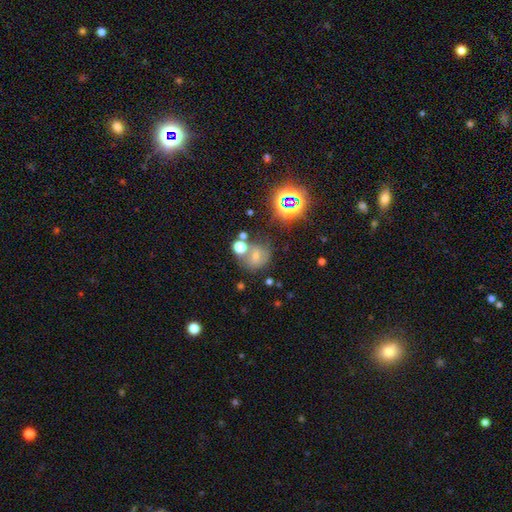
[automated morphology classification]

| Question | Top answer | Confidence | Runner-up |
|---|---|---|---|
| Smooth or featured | smooth | 52% | star or artifact (27%) |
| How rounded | round | 74% | in between (25%) |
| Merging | none | 53% | merger (24%) |